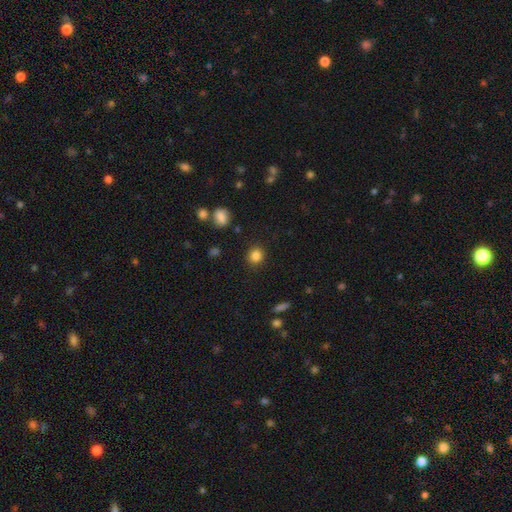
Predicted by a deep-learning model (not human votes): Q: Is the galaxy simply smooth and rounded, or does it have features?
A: smooth — 85%.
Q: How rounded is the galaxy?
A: round — 85%.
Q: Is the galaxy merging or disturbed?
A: none — 89%.